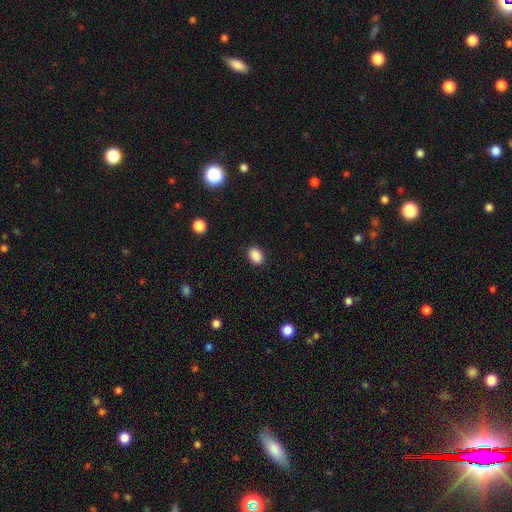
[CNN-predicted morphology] This is clearly a smooth galaxy (88%). How rounded: likely in between (71%). Merging: clearly none (88%).